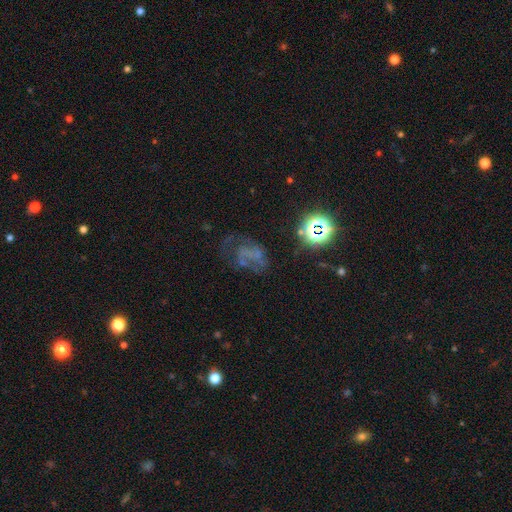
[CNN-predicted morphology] smooth-or-featured: featured or disk: 47% | star or artifact: 30% | smooth: 23%
  merging: none: 42% | major disturbance: 33% | minor disturbance: 20% | merger: 5%